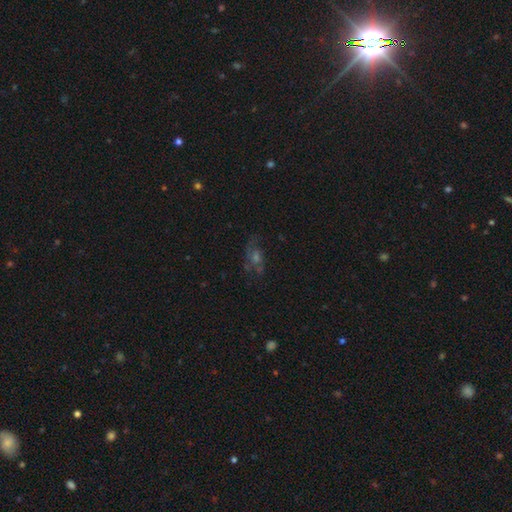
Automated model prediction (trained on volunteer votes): The model was most divided on "smooth or featured": featured or disk: 45%, star or artifact: 30%, smooth: 25%. More confident: merging — none (66%).